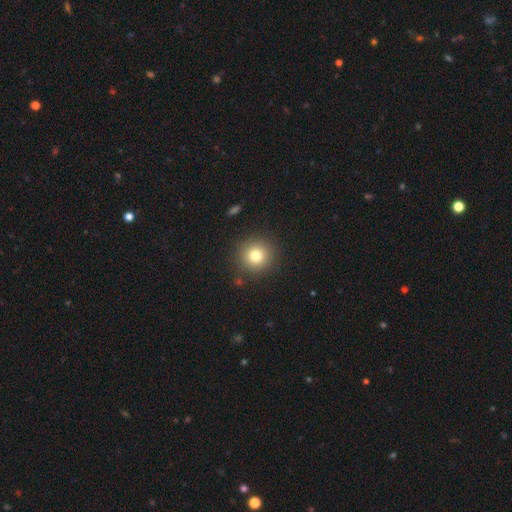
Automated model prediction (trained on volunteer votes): Smooth or featured? smooth (78%)
How rounded? round (94%)
Merging? none (89%)